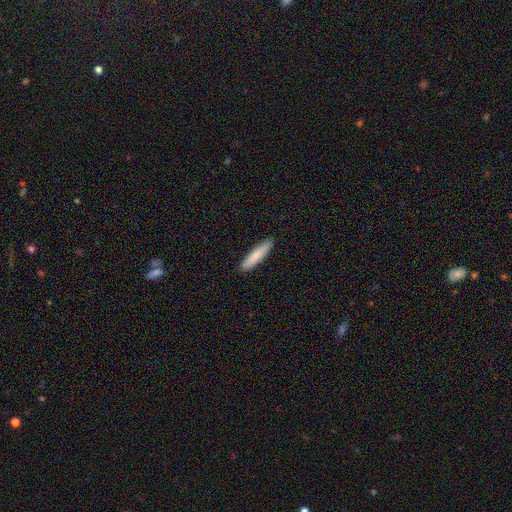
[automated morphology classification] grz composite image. It shows a smooth galaxy with no disk features (81%) that is cigar-shaped (86%). Merging: none (90%).